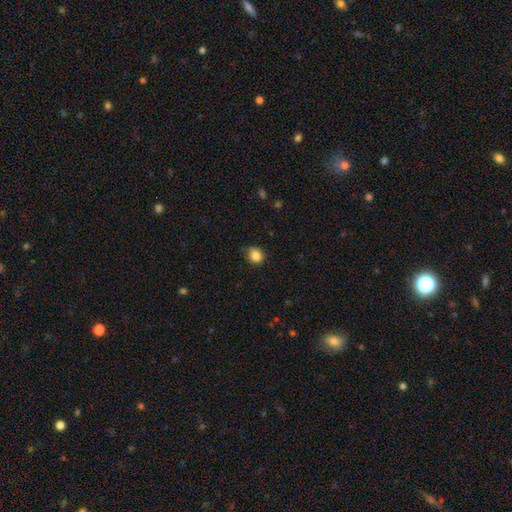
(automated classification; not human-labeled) Morphology: type=smooth (83%); roundness=round (74%); merging=none (72%).